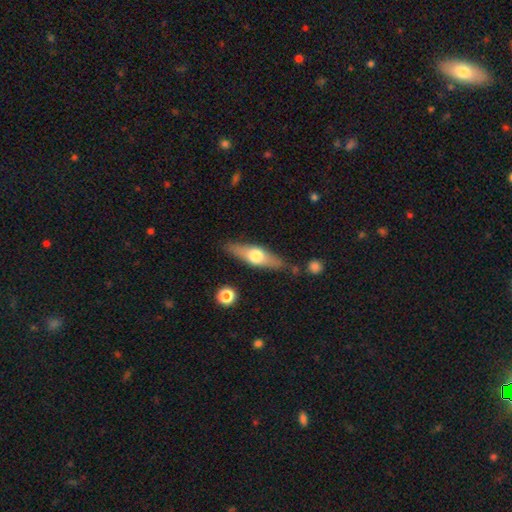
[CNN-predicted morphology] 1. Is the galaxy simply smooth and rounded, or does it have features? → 51% featured or disk, 43% smooth, 6% star or artifact.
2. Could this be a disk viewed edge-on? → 89% yes, 11% no.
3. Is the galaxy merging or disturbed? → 81% none, 12% minor disturbance, 3% merger, 3% major disturbance.